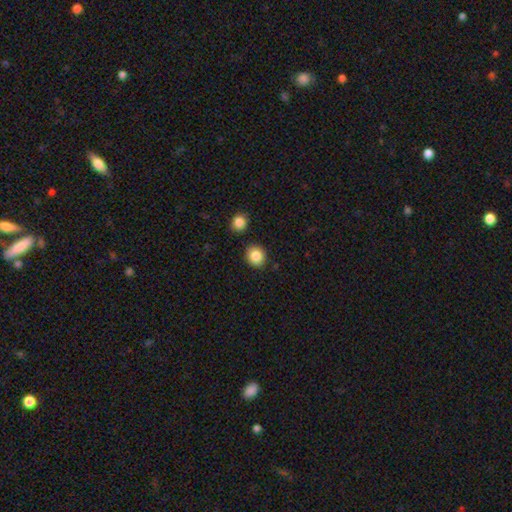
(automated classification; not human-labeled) Overall: smooth (86%). How rounded: round (77%). Merging: none (87%).